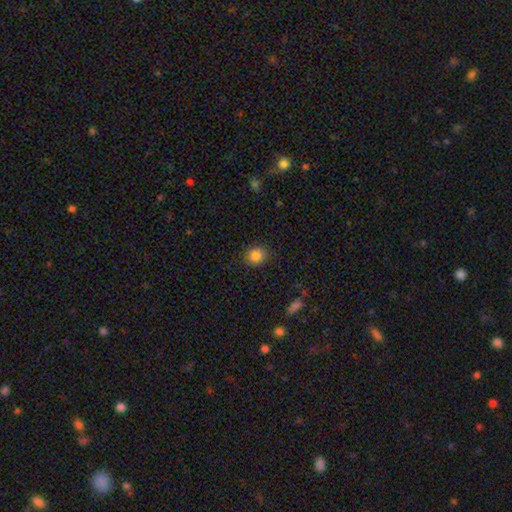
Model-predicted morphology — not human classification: A smooth galaxy with no disk features (86%) that is round (85%). Merging: none (89%).